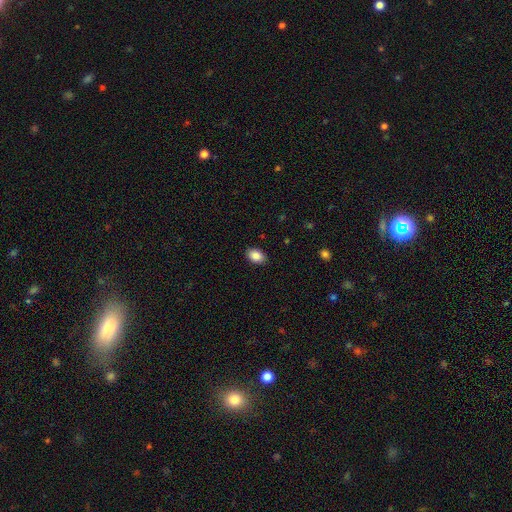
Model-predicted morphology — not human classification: This is clearly a smooth galaxy (88%). How rounded: clearly in between (82%). Merging: clearly none (88%).